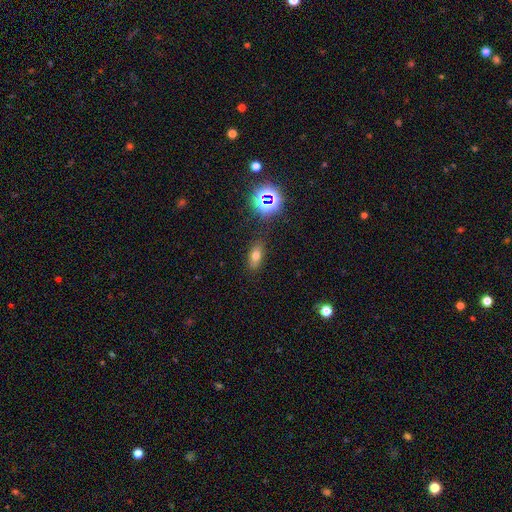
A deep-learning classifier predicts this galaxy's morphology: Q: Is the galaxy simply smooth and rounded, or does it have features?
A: smooth — 67%.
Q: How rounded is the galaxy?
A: in between — 76%.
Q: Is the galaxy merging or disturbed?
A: none — 85%.